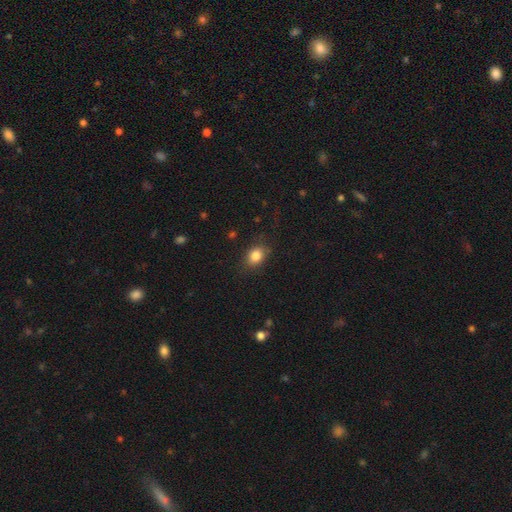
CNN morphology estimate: Smooth or featured?
  - smooth: 84% *
  - star or artifact: 10%
  - featured or disk: 6%
How rounded?
  - in between: 59% *
  - round: 40%
  - cigar-shaped: 1%
Merging?
  - none: 81% *
  - minor disturbance: 13%
  - major disturbance: 4%
  - merger: 1%